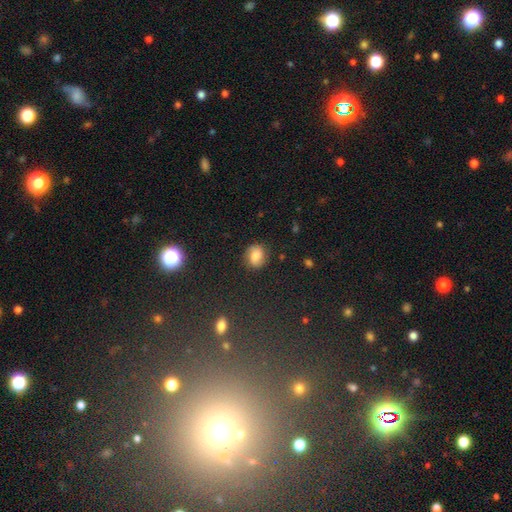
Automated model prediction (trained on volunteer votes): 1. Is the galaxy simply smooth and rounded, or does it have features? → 66% smooth, 22% featured or disk, 12% star or artifact.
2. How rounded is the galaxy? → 64% round, 35% in between, 1% cigar-shaped.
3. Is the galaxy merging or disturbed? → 79% none, 14% minor disturbance, 5% major disturbance, 2% merger.